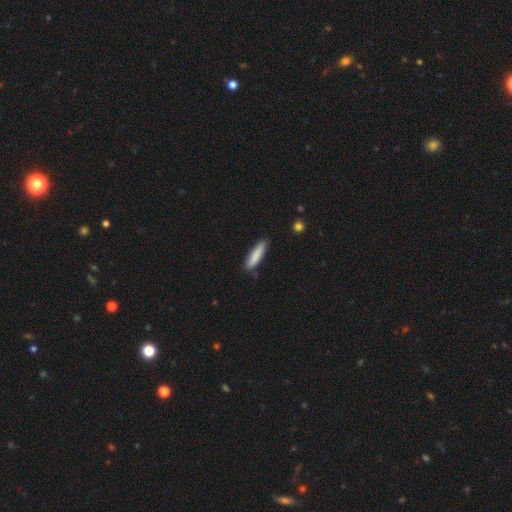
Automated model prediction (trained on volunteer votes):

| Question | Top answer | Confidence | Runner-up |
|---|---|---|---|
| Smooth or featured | smooth | 85% | featured or disk (9%) |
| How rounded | cigar-shaped | 75% | in between (23%) |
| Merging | none | 80% | minor disturbance (16%) |